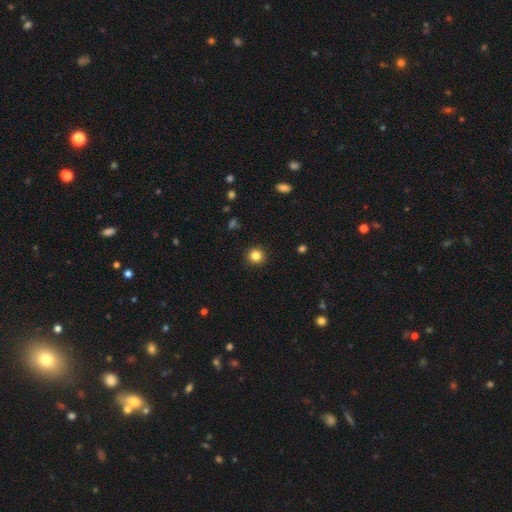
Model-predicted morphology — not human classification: smooth 84%, star or artifact 11%, featured or disk 5%. Down the decision tree: how rounded — round (94%); merging — none (92%).